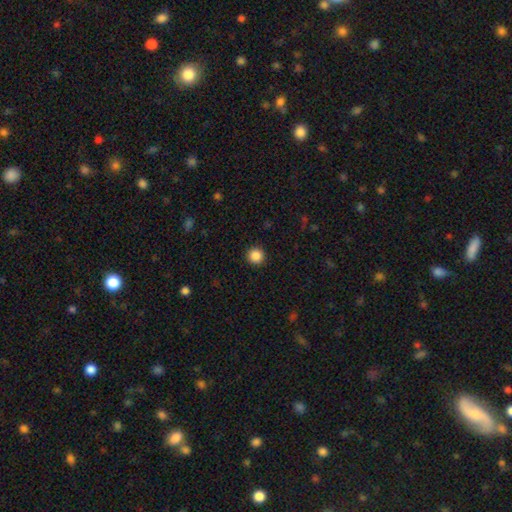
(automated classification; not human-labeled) Overall: smooth (87%). How rounded: round (95%). Merging: none (93%).